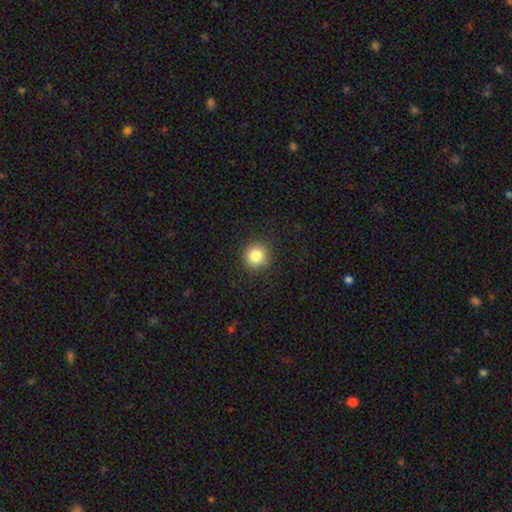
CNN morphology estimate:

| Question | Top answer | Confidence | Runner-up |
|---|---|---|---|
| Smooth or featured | smooth | 84% | star or artifact (11%) |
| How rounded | round | 92% | in between (7%) |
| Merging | none | 89% | minor disturbance (8%) |